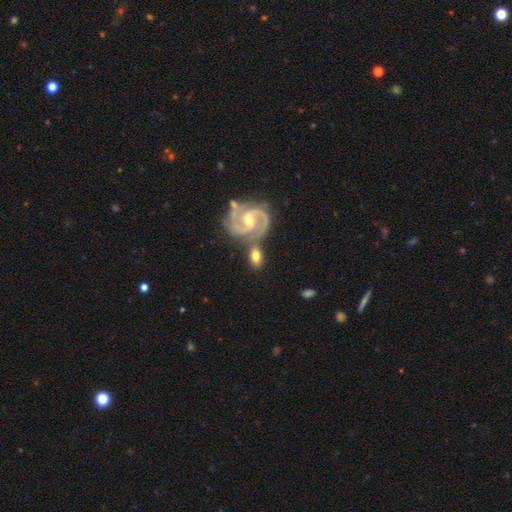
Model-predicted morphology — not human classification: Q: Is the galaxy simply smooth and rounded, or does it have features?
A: featured or disk — 55%.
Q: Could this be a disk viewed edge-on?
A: no — 92%.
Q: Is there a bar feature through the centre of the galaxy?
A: weak — 49%.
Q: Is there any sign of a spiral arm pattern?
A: yes — 91%.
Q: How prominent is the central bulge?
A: moderate — 56%.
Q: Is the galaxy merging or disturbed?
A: none — 56%.